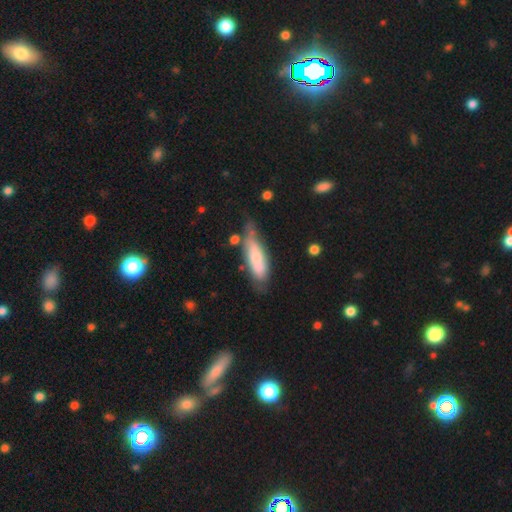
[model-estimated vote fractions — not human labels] Smooth or featured? Predicted: smooth (p=0.58). How rounded? Predicted: cigar-shaped (p=0.54). Merging? Predicted: none (p=0.49).